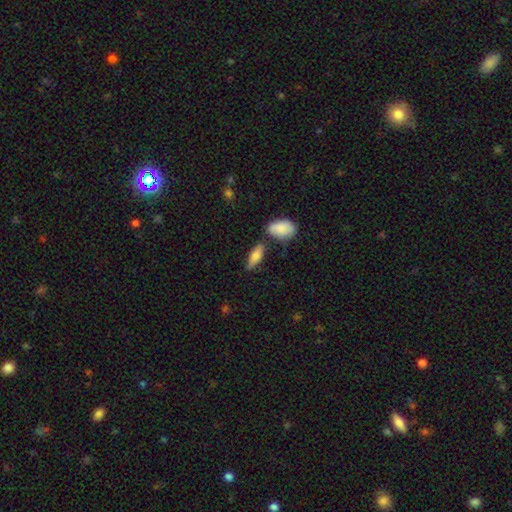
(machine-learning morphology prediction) type=smooth (74%); roundness=in between (64%); merging=none (69%).